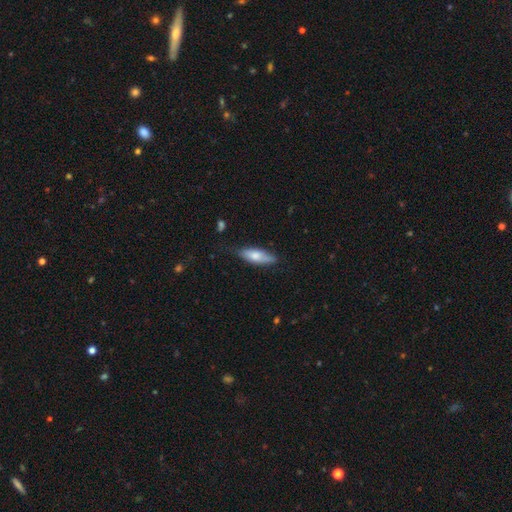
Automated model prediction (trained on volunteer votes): A smooth galaxy with no disk features (69%) that is in between round and cigar-shaped (55%).

Vote fractions:
- Smooth or featured? smooth: 69% / featured or disk: 25% / star or artifact: 6%
- How rounded? in between: 55% / cigar-shaped: 43% / round: 2%
- Merging? none: 71% / minor disturbance: 23% / major disturbance: 4% / merger: 2%